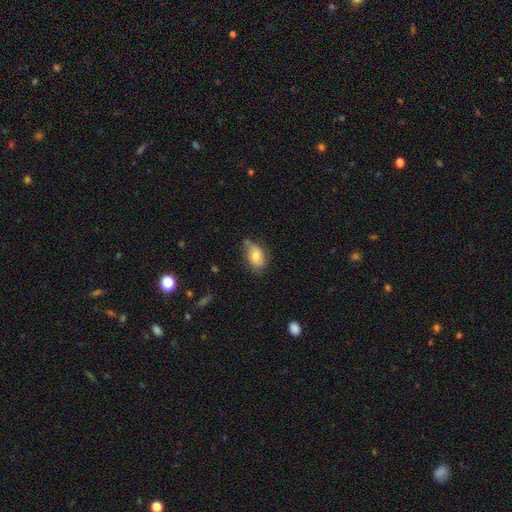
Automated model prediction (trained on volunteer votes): Smooth or featured? smooth (73%)
How rounded? in between (87%)
Merging? none (60%)